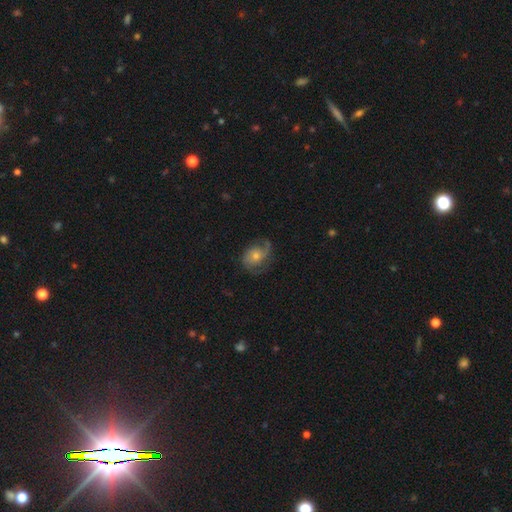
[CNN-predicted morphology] A featured or disk galaxy (67%) with no bar (74%), 2 (52%) medium (42%) spiral arms (89%) and a moderate central bulge (48%).

Vote fractions:
- Smooth or featured? featured or disk: 67% / smooth: 23% / star or artifact: 9%
- Edge-on disk? no: 97% / yes: 3%
- Bar? no: 74% / weak: 22% / strong: 4%
- Spiral arms? yes: 89% / no: 11%
- Spiral winding? medium: 42% / loose: 33% / tight: 26%
- Spiral arm count? 2: 52% / 1: 24% / can't tell: 14% / 3: 6% / 4: 2% / more than 4: 2%
- Bulge size? moderate: 48% / small: 45% / large: 4% / none: 2% / dominant: 1%
- Merging? none: 59% / minor disturbance: 23% / major disturbance: 16% / merger: 2%